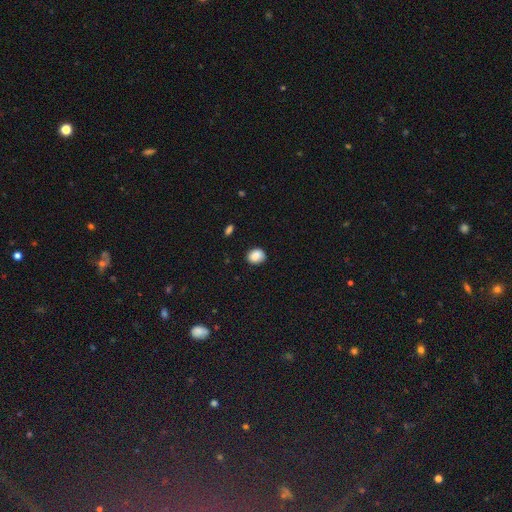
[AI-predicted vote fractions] This appears to be a smooth galaxy with no disk features (86%) that is round (58%). Merging: none (83%).